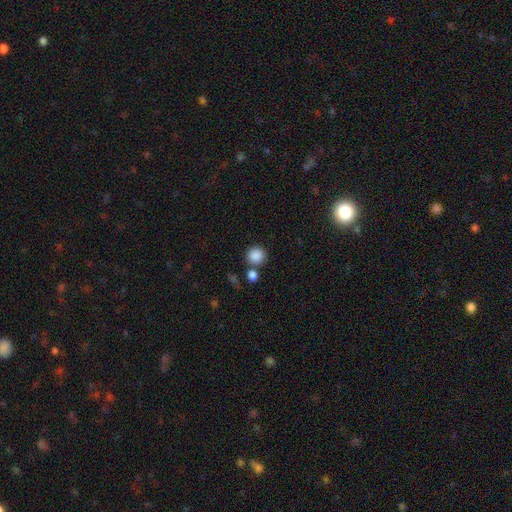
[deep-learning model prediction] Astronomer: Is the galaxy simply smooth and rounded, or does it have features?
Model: smooth — 87%.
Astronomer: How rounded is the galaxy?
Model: round — 89%.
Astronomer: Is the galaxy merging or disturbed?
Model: none — 73%.